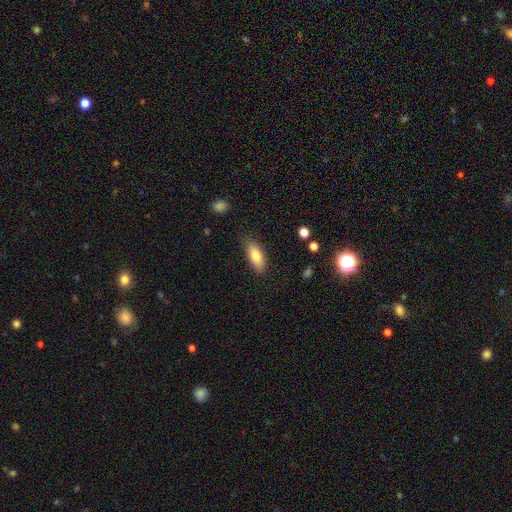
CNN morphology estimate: smooth-or-featured: smooth: 81% | featured or disk: 12% | star or artifact: 7%
  how-rounded: in between: 76% | cigar-shaped: 22% | round: 2%
  merging: none: 78% | minor disturbance: 16% | major disturbance: 4% | merger: 2%